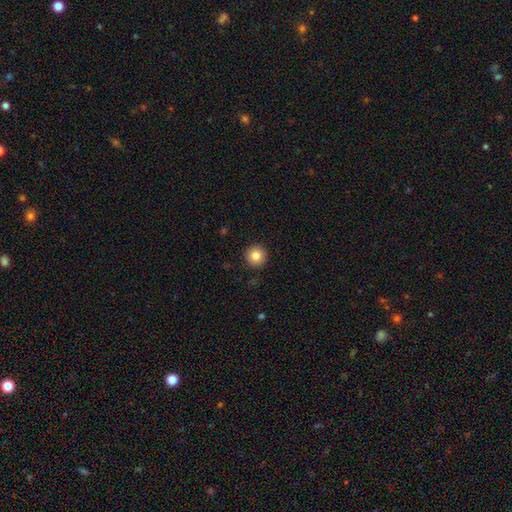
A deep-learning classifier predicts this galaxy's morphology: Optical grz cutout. It shows a smooth galaxy with no disk features (84%) that is round (96%). Merging: none (92%).